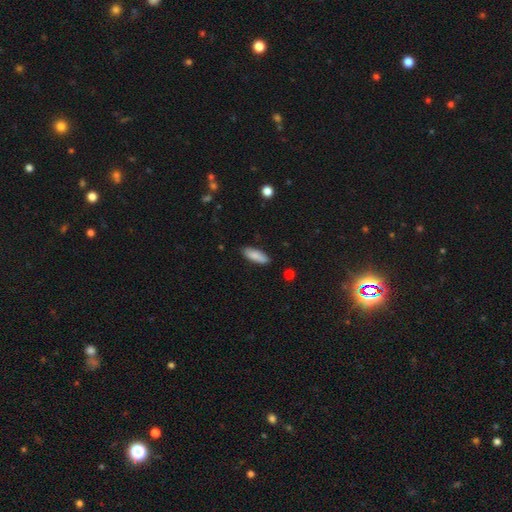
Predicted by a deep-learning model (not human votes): smooth-or-featured: smooth: 85% | featured or disk: 9% | star or artifact: 6%
  how-rounded: in between: 67% | cigar-shaped: 32% | round: 2%
  merging: none: 87% | minor disturbance: 10% | major disturbance: 2% | merger: 1%